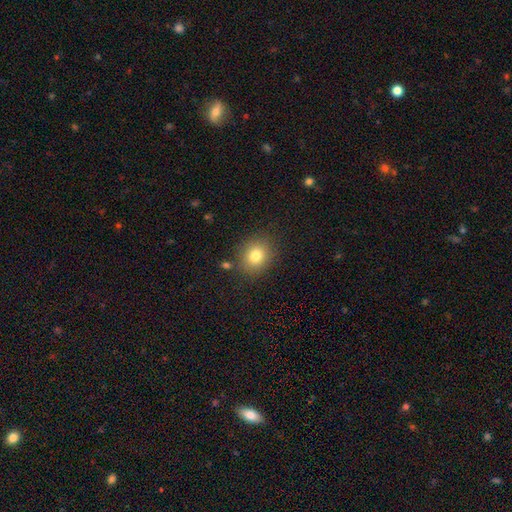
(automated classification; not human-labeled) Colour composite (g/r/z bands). It shows a smooth galaxy with no disk features (80%) that is round (69%). Merging: none (83%).